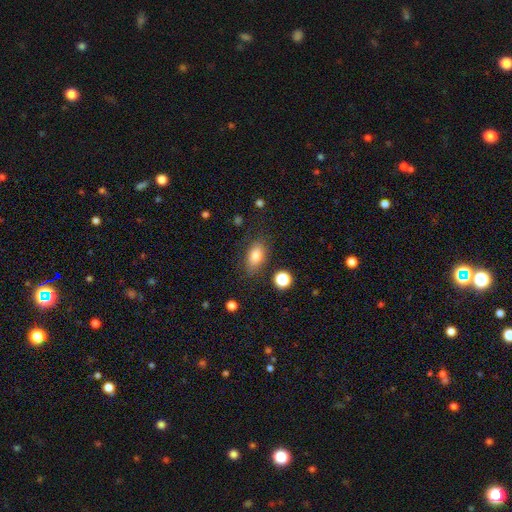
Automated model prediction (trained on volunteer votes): The model was most divided on "merging": none: 79%, minor disturbance: 14%, major disturbance: 4%, merger: 3%. More confident: how rounded — in between (86%); smooth or featured — smooth (80%).